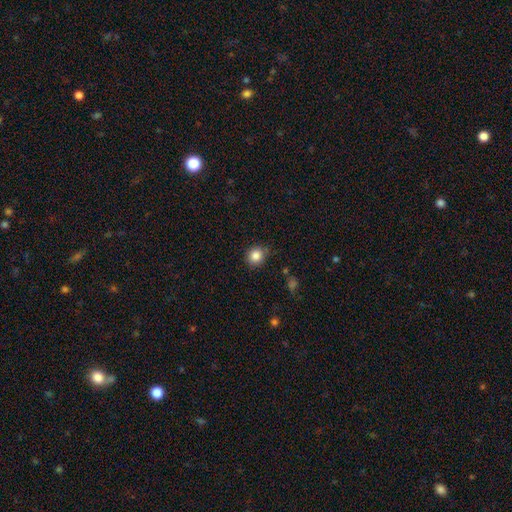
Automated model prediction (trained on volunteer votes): Smooth or featured?
  - smooth: 84% *
  - star or artifact: 10%
  - featured or disk: 5%
How rounded?
  - round: 82% *
  - in between: 17%
  - cigar-shaped: 1%
Merging?
  - none: 83% *
  - minor disturbance: 13%
  - major disturbance: 2%
  - merger: 1%